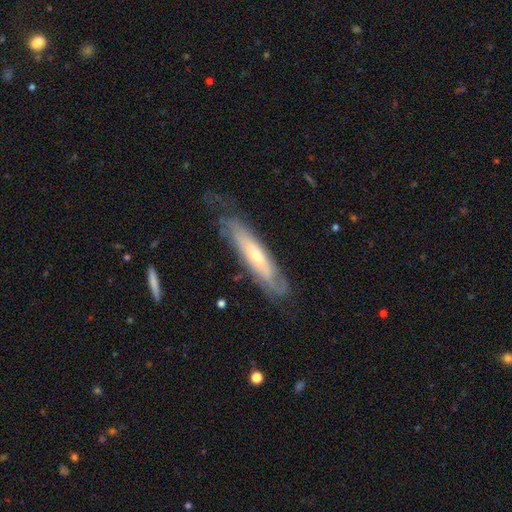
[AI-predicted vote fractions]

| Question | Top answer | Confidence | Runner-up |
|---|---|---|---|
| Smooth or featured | featured or disk | 65% | smooth (29%) |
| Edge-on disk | no | 54% | yes (46%) |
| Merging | none | 61% | minor disturbance (24%) |